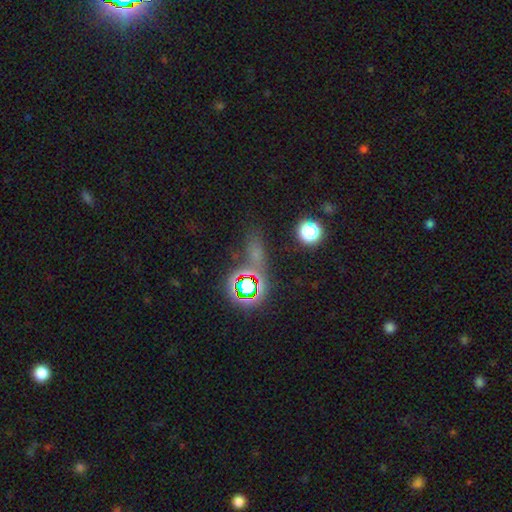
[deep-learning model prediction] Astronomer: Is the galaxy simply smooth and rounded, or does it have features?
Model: star or artifact — 51% (runner-up: smooth, 38%).